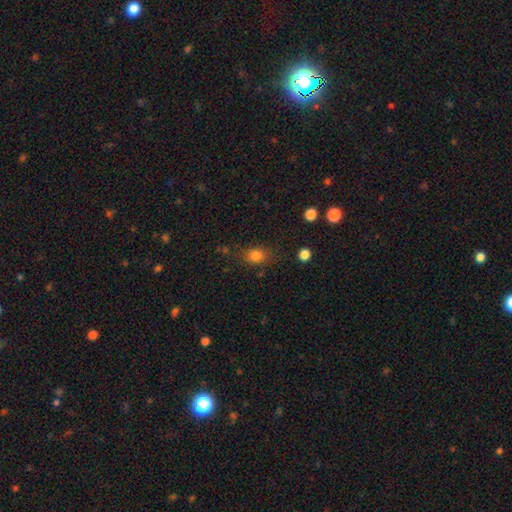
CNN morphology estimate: smooth_or_featured: smooth (p=0.81) [alt: star or artifact p=0.12]
how_rounded: in between (p=0.53) [alt: round p=0.46]
merging: none (p=0.76) [alt: minor disturbance p=0.16]